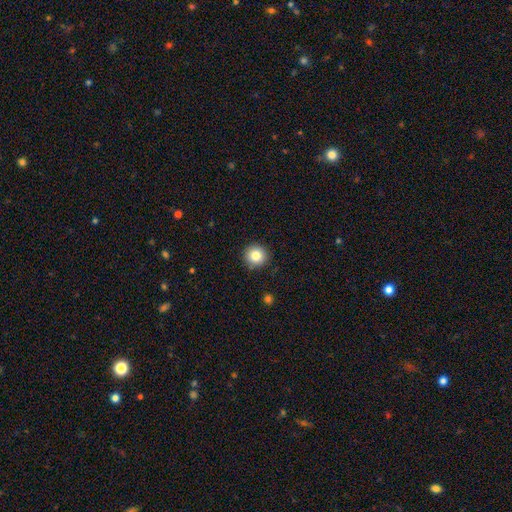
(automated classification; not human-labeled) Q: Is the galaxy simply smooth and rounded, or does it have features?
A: smooth — 84%.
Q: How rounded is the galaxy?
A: round — 94%.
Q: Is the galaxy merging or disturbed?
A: none — 91%.